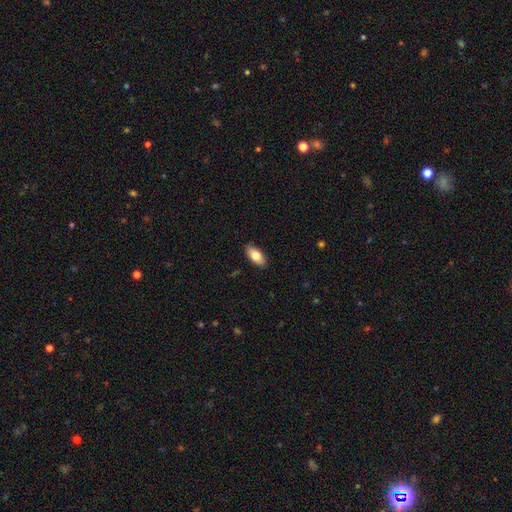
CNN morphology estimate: type=smooth (79%); roundness=in between (91%); merging=none (88%).